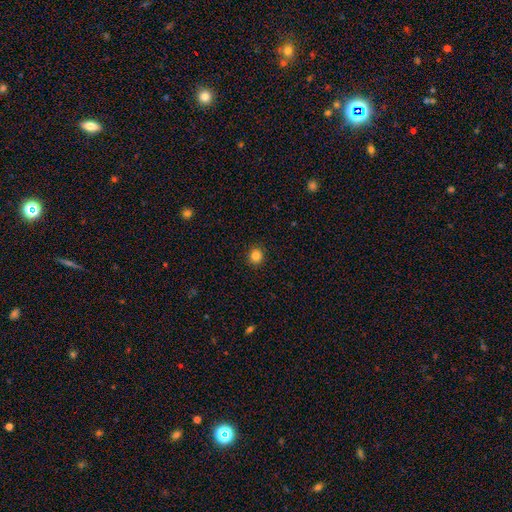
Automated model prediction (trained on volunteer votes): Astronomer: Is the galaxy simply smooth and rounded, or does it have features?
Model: smooth — 84%.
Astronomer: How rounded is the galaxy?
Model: round — 87%.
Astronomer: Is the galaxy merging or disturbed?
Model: none — 92%.